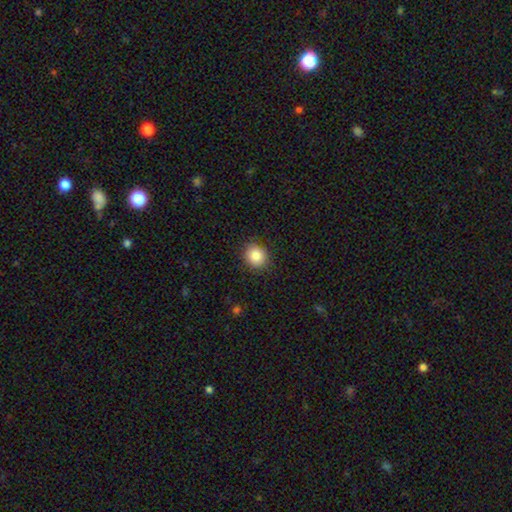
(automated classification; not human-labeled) This is clearly a smooth galaxy (85%). How rounded: likely round (77%). Merging: clearly none (87%).